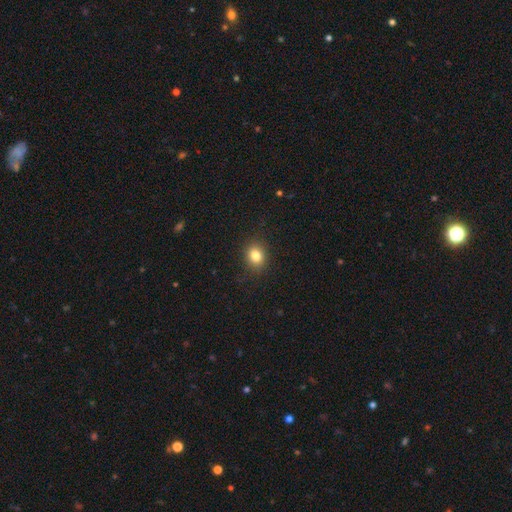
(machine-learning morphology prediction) This is clearly a smooth galaxy (82%). How rounded: likely round (61%). Merging: clearly none (87%).